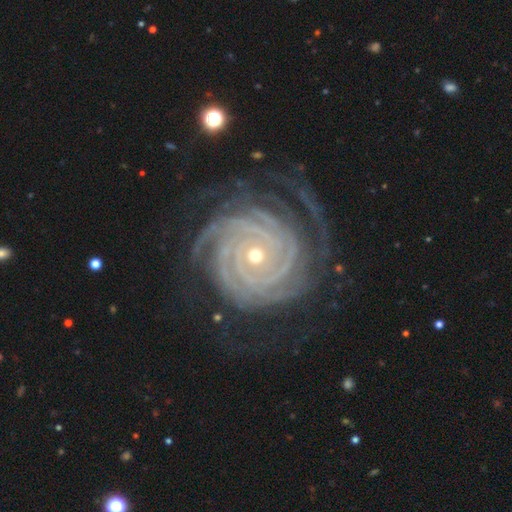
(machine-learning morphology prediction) type=featured or disk (92%); edge-on=no (98%); bar=no (72%); spiral arms=yes (99%); winding=tight (87%); arm count=more than 4 (26%); bulge=small (58%); merging=none (70%).